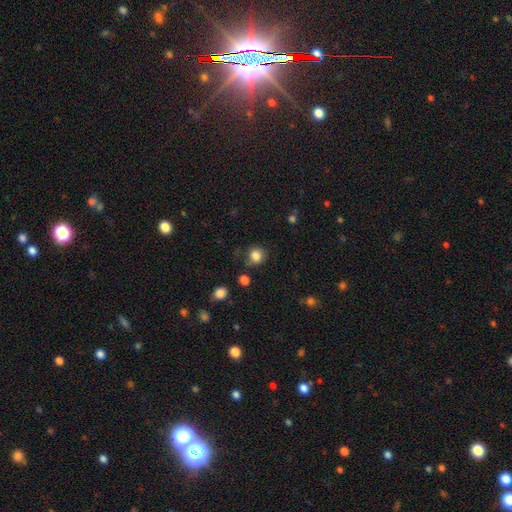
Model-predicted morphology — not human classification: This appears to be a smooth galaxy with no disk features (83%) that is round (82%). Merging: none (73%).